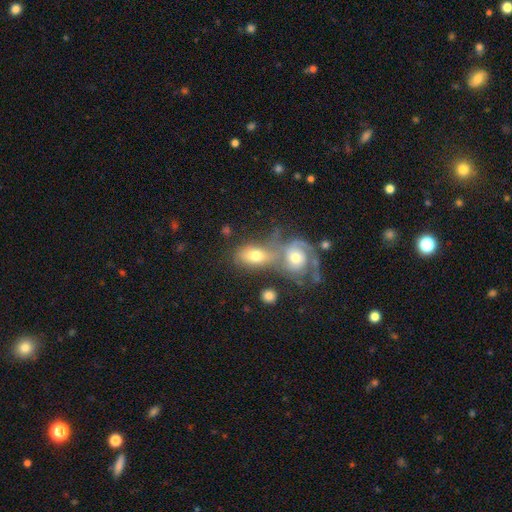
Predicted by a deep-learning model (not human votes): A featured or disk galaxy (49%). Merging: merger (58%).